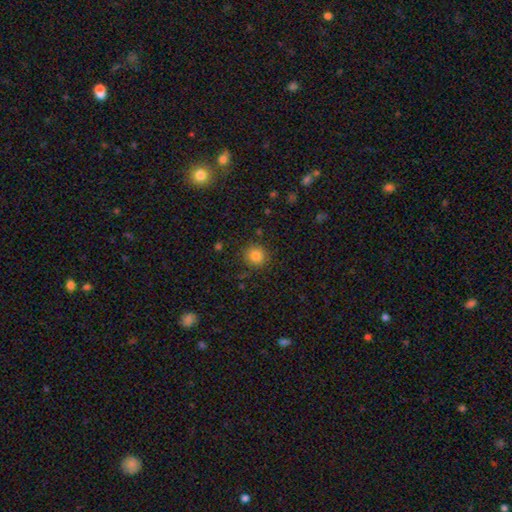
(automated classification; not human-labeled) Smooth or featured?
  - smooth: 83% *
  - star or artifact: 11%
  - featured or disk: 6%
How rounded?
  - round: 92% *
  - in between: 7%
  - cigar-shaped: 1%
Merging?
  - none: 87% *
  - minor disturbance: 8%
  - major disturbance: 3%
  - merger: 2%